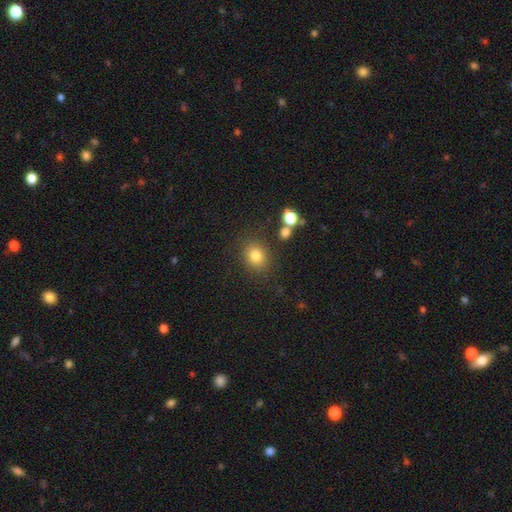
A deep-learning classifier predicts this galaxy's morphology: smooth_or_featured: smooth (p=0.81) [alt: star or artifact p=0.12]
how_rounded: round (p=0.71) [alt: in between p=0.28]
merging: none (p=0.82) [alt: minor disturbance p=0.10]